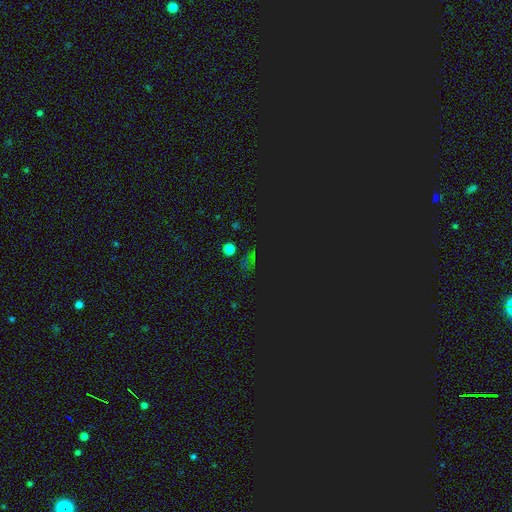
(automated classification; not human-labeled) Morphology: type=star or artifact (74%).